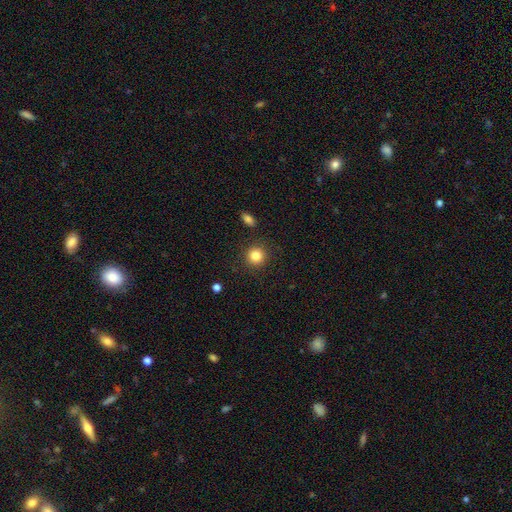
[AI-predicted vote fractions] This is clearly a smooth galaxy (84%). How rounded: clearly round (92%). Merging: clearly none (89%).